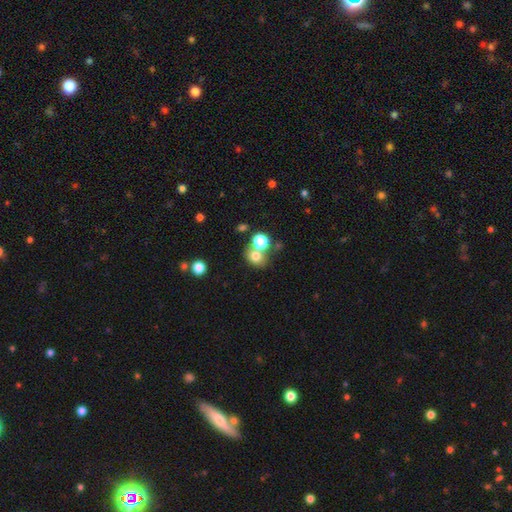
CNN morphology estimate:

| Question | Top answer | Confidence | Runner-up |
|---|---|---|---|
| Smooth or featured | smooth | 74% | star or artifact (16%) |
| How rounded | round | 71% | in between (28%) |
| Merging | none | 52% | merger (33%) |